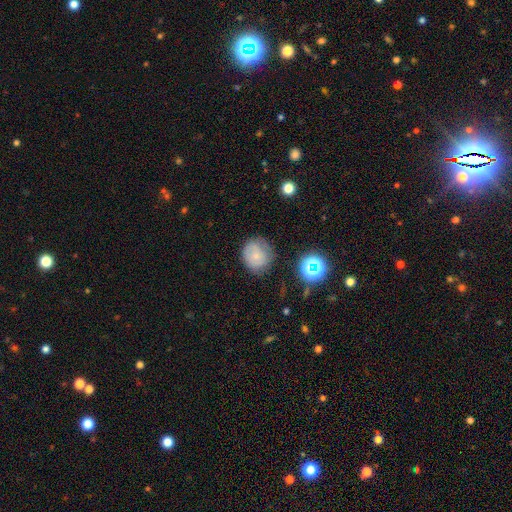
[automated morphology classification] A smooth galaxy with no disk features (68%) that is round (86%). Merging: none (68%).